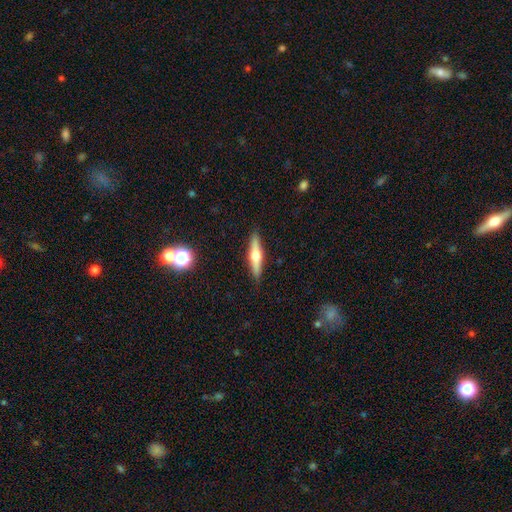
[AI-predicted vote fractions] This appears to be a featured or disk galaxy (55%) viewed edge-on (95%) with a rounded central bulge (92%). Merging: none (90%).